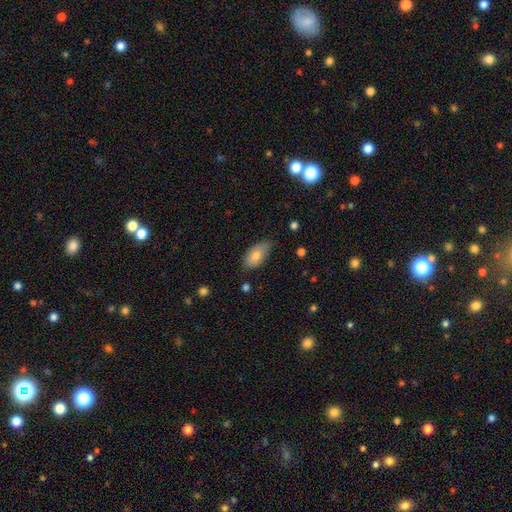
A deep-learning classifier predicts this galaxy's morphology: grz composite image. It shows a smooth galaxy with no disk features (79%) that is in between round and cigar-shaped (93%). Merging: none (76%).